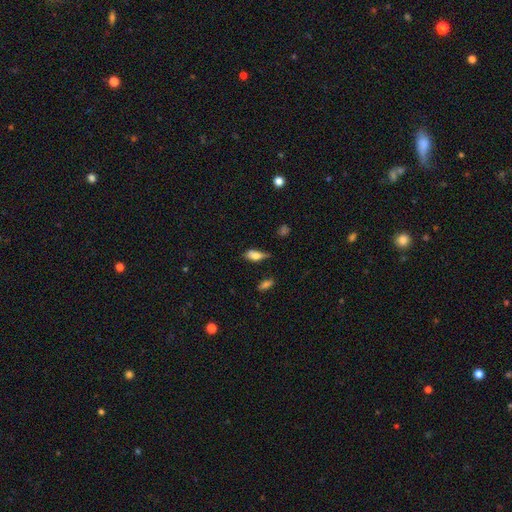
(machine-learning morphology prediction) smooth 72%, featured or disk 20%, star or artifact 8%. Down the decision tree: how rounded — in between (77%); merging — none (46%).